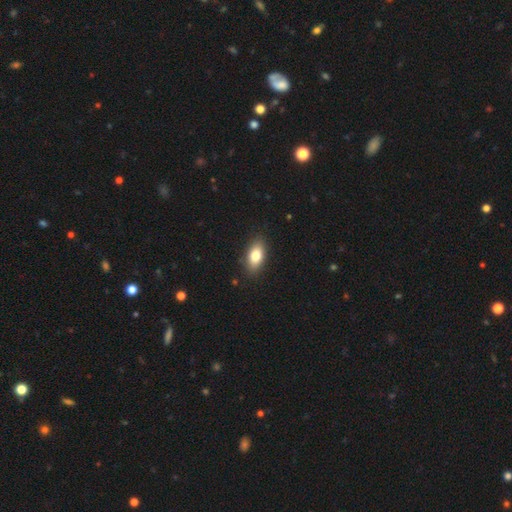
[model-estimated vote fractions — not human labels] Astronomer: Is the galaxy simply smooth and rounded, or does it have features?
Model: smooth — 80%.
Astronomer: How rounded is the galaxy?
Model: in between — 89%.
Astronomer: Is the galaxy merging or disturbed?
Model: none — 87%.